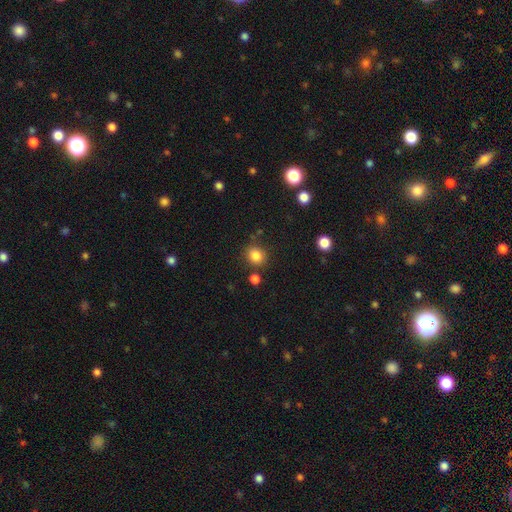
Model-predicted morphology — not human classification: smooth-or-featured: smooth: 83% | star or artifact: 11% | featured or disk: 5%
  how-rounded: round: 76% | in between: 24% | cigar-shaped: 1%
  merging: none: 80% | minor disturbance: 10% | merger: 6% | major disturbance: 3%